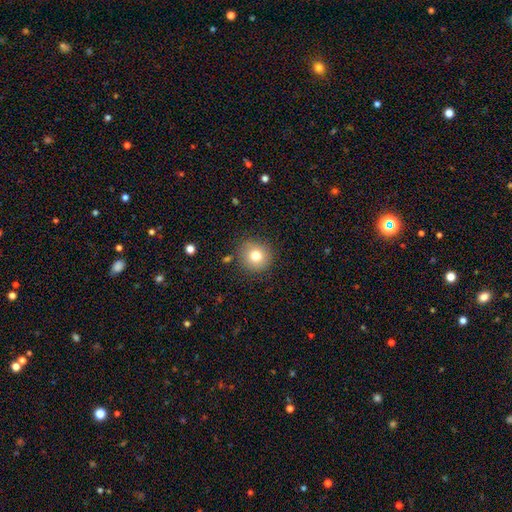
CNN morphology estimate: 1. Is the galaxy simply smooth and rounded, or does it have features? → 77% smooth, 12% star or artifact, 11% featured or disk.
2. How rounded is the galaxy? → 93% round, 6% in between, 1% cigar-shaped.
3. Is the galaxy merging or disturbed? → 88% none, 8% minor disturbance, 3% major disturbance, 2% merger.